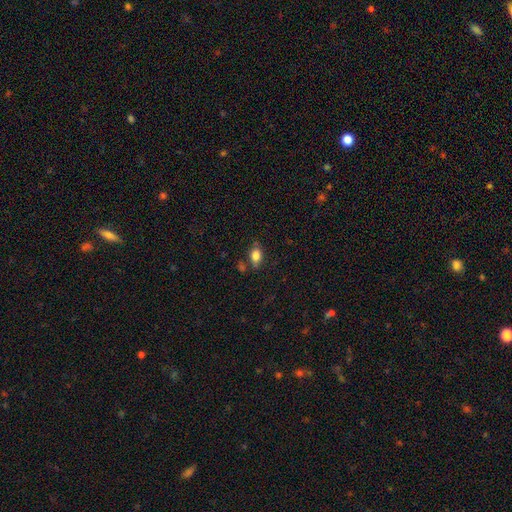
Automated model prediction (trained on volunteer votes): Smooth or featured? smooth (81%)
How rounded? in between (84%)
Merging? none (71%)